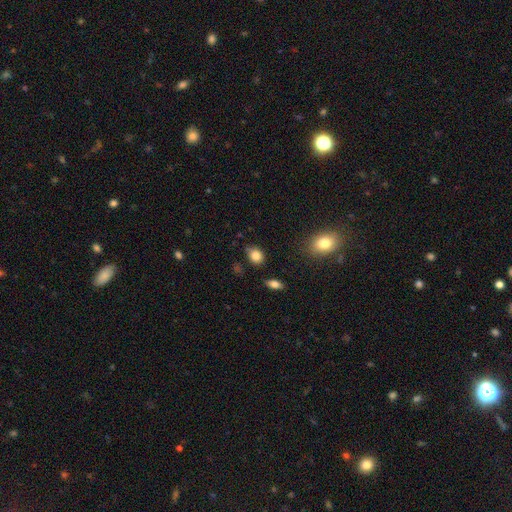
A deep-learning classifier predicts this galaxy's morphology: A smooth galaxy with no disk features (84%) that is round (58%).

Vote fractions:
- Smooth or featured? smooth: 84% / star or artifact: 10% / featured or disk: 6%
- How rounded? round: 58% / in between: 41% / cigar-shaped: 1%
- Merging? none: 78% / minor disturbance: 16% / major disturbance: 3% / merger: 3%